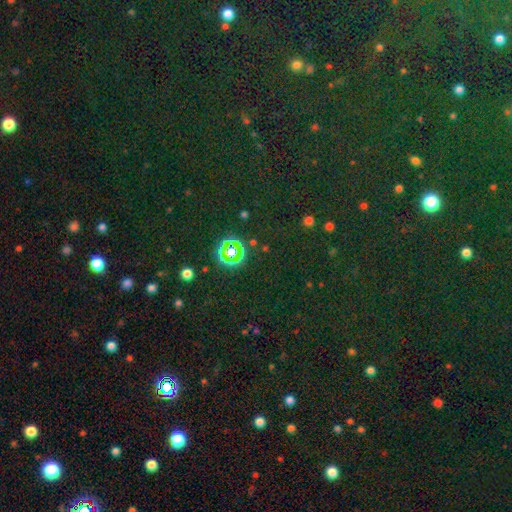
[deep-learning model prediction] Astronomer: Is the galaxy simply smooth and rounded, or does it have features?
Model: star or artifact — 54% (runner-up: smooth, 39%).